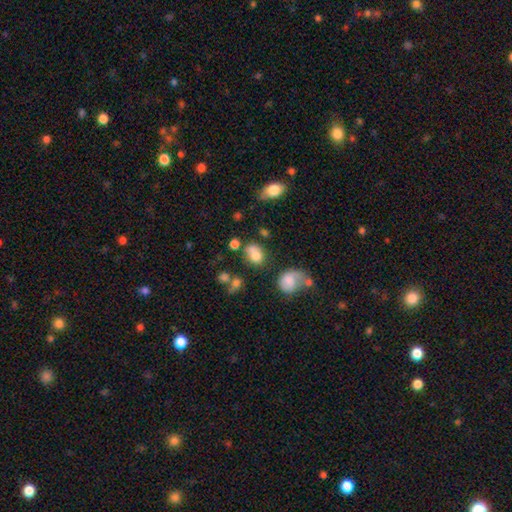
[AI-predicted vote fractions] smooth 73%, featured or disk 14%, star or artifact 13%. Down the decision tree: how rounded — in between (55%); merging — none (44%).